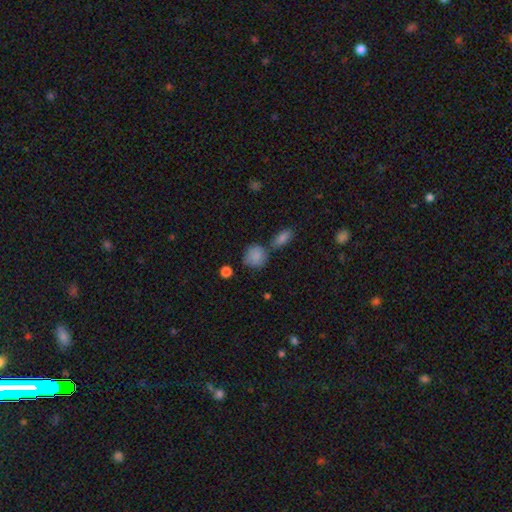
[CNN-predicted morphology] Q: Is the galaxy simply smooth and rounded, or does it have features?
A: smooth — 84%.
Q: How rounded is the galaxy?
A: round — 72%.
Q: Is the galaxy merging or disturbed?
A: none — 54%.